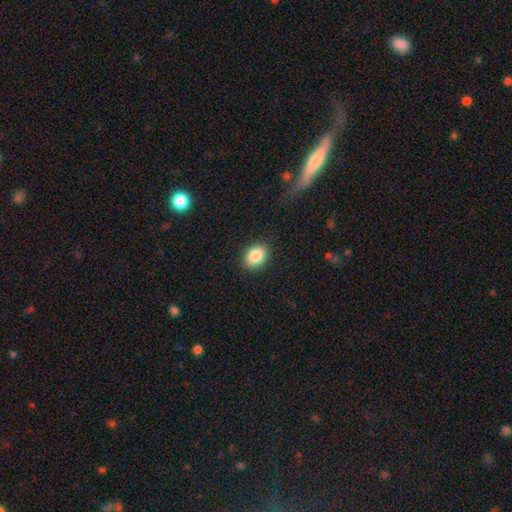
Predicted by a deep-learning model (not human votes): Q: Smooth or featured?
A: smooth (87%); runner-up: star or artifact (8%)
Q: How rounded?
A: in between (75%); runner-up: round (24%)
Q: Merging?
A: none (89%); runner-up: minor disturbance (8%)